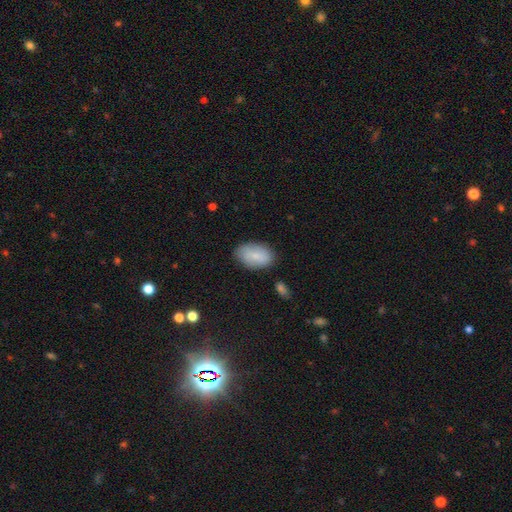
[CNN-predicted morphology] This is likely a smooth galaxy (77%). How rounded: clearly in between (92%). Merging: likely none (80%).